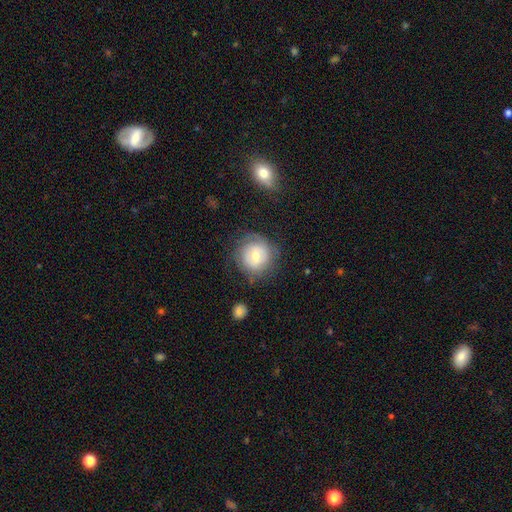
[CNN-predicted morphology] This appears to be a smooth galaxy with no disk features (55%) that is round (90%). Merging: none (72%).